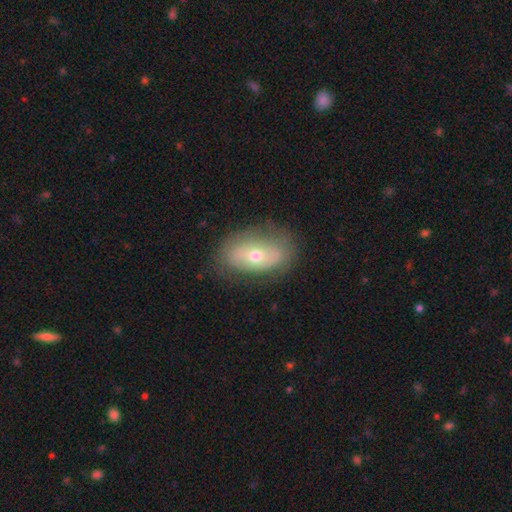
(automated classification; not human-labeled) Smooth or featured: smooth — 49% (featured or disk — 43%)
Merging: none — 75% (minor disturbance — 17%)